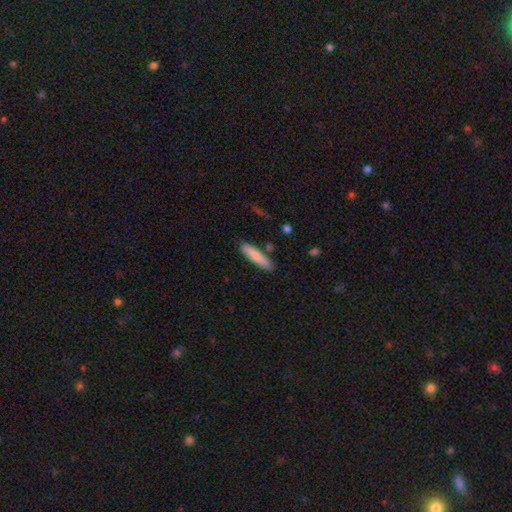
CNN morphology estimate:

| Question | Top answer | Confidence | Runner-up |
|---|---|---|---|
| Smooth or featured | smooth | 78% | featured or disk (16%) |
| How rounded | cigar-shaped | 84% | in between (15%) |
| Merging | none | 84% | minor disturbance (10%) |